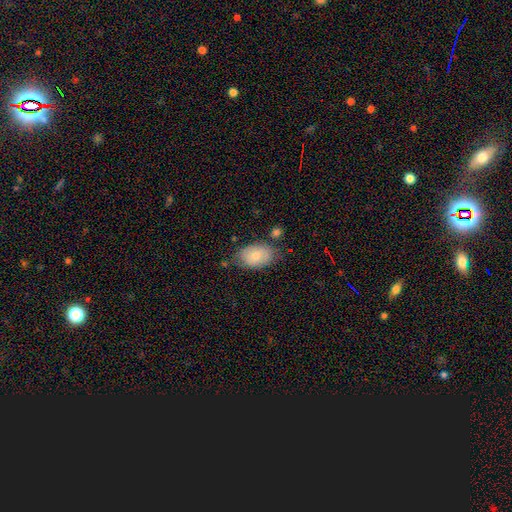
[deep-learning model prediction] This appears to be a smooth galaxy with no disk features (75%) that is in between round and cigar-shaped (90%). Merging: none (66%).